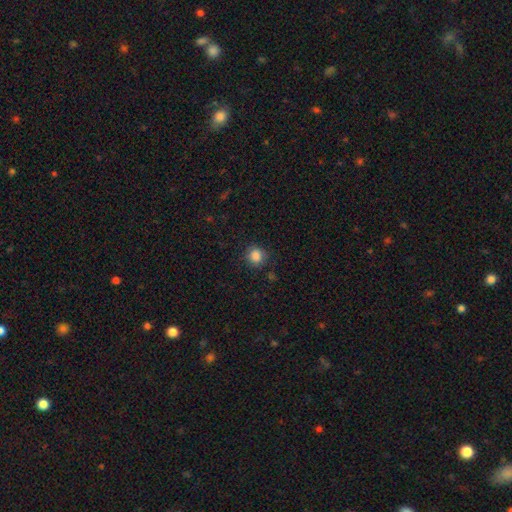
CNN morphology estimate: smooth 85%, star or artifact 11%, featured or disk 4%. Down the decision tree: how rounded — round (85%); merging — none (83%).